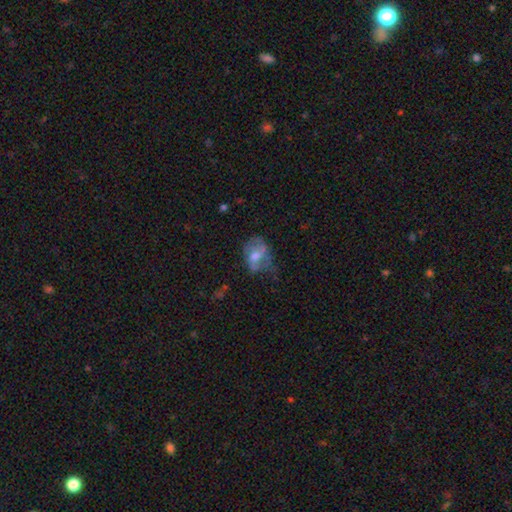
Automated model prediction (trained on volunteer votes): This appears to be a smooth galaxy with no disk features (46%). Merging: none (35%).